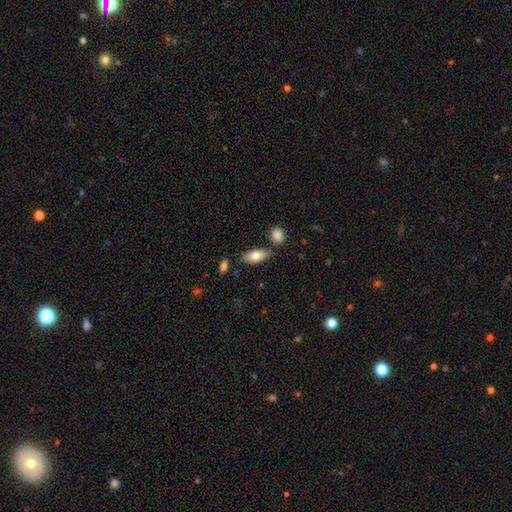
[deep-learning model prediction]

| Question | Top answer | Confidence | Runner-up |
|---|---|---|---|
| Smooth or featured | smooth | 79% | featured or disk (15%) |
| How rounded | in between | 84% | cigar-shaped (13%) |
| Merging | none | 79% | minor disturbance (12%) |